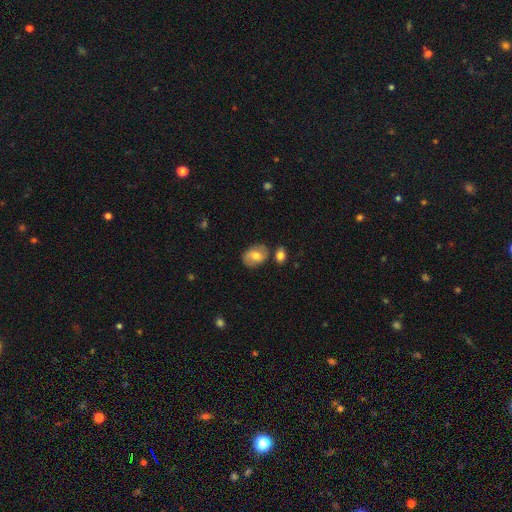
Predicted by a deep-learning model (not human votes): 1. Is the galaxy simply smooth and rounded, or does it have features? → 61% smooth, 31% featured or disk, 8% star or artifact.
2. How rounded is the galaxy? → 73% in between, 26% round, 1% cigar-shaped.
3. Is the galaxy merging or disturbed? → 72% none, 16% minor disturbance, 8% merger, 4% major disturbance.